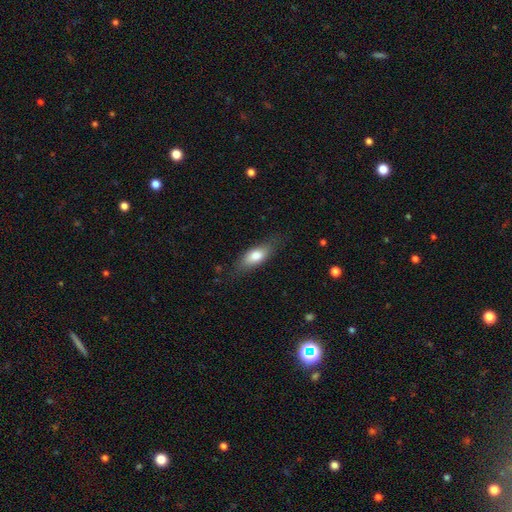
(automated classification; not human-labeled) This is likely a smooth galaxy (76%). How rounded: likely in between (76%). Merging: likely none (75%).